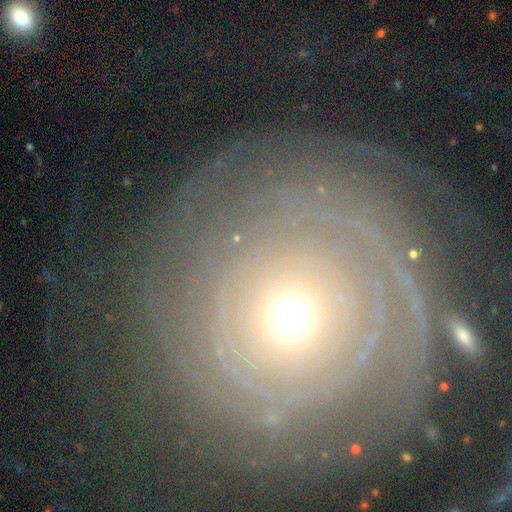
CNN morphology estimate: smooth_or_featured: featured or disk (p=0.73) [alt: smooth p=0.17]
disk_edge_on: no (p=0.96) [alt: yes p=0.04]
bar: no (p=0.85) [alt: weak p=0.10]
has_spiral_arms: yes (p=0.79) [alt: no p=0.21]
spiral_winding: tight (p=0.82) [alt: medium p=0.12]
spiral_arm_count: can't tell (p=0.42) [alt: 2 p=0.14]
bulge_size: moderate (p=0.46) [alt: small p=0.45]
merging: none (p=0.74) [alt: minor disturbance p=0.13]